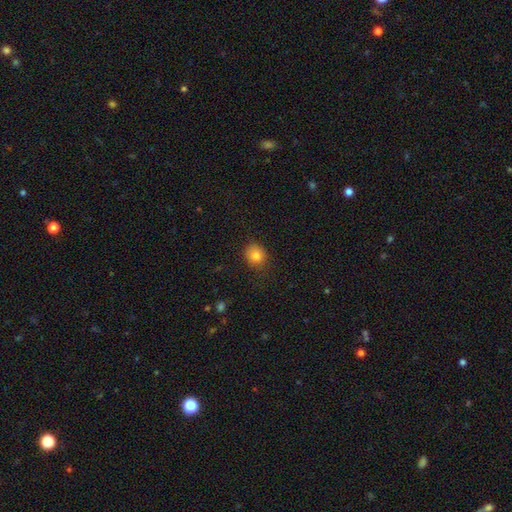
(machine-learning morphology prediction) Q: Smooth or featured?
A: smooth (82%); runner-up: star or artifact (11%)
Q: How rounded?
A: round (72%); runner-up: in between (27%)
Q: Merging?
A: none (82%); runner-up: minor disturbance (13%)